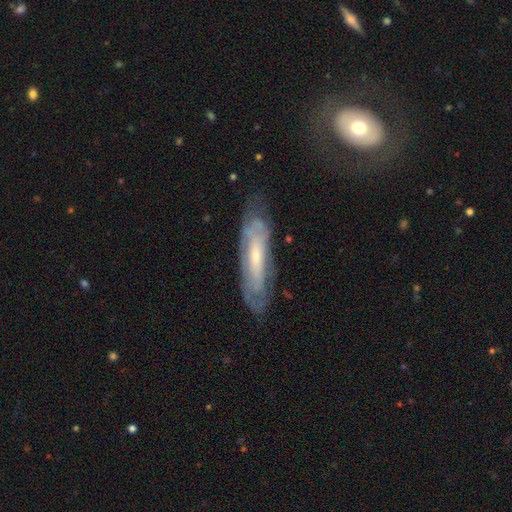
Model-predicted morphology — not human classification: Smooth or featured?
  - featured or disk: 66% *
  - smooth: 27%
  - star or artifact: 7%
Edge-on disk?
  - no: 66% *
  - yes: 34%
Merging?
  - none: 67% *
  - minor disturbance: 22%
  - major disturbance: 9%
  - merger: 2%